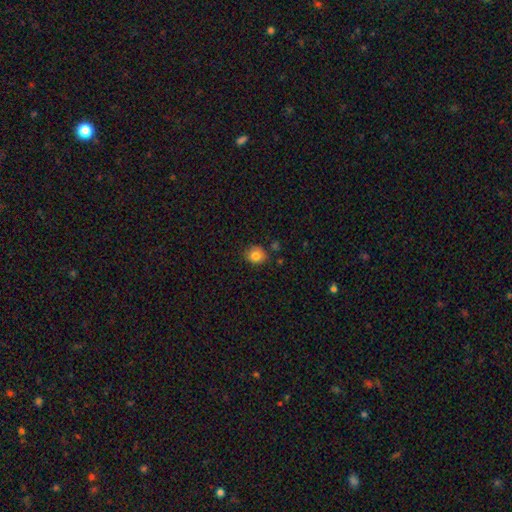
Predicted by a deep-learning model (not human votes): Q: Smooth or featured?
A: smooth (82%); runner-up: star or artifact (10%)
Q: How rounded?
A: round (65%); runner-up: in between (34%)
Q: Merging?
A: none (76%); runner-up: minor disturbance (16%)